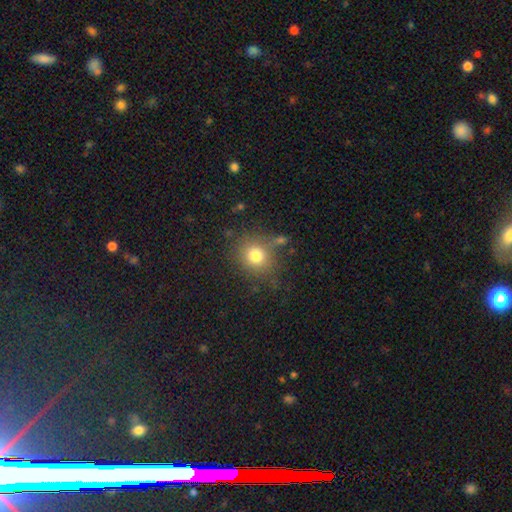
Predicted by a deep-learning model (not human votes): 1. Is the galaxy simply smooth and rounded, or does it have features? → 77% smooth, 14% star or artifact, 9% featured or disk.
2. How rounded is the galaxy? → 83% round, 16% in between, 1% cigar-shaped.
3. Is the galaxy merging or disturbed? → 74% none, 14% minor disturbance, 6% major disturbance, 5% merger.